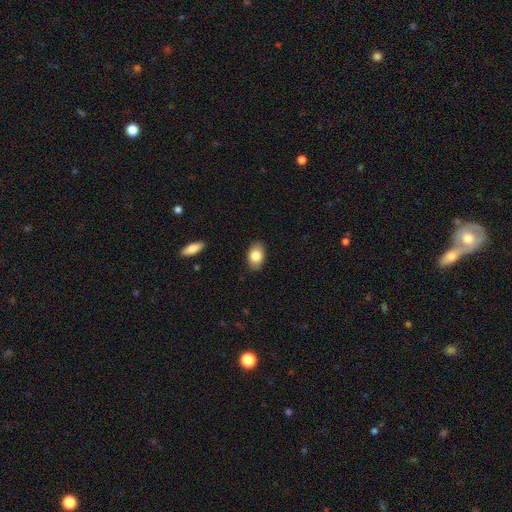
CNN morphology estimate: smooth_or_featured: smooth (p=0.83) [alt: featured or disk p=0.10]
how_rounded: in between (p=0.84) [alt: round p=0.15]
merging: none (p=0.86) [alt: minor disturbance p=0.11]